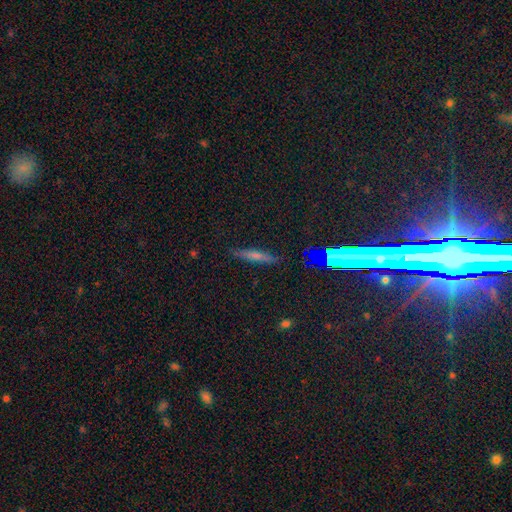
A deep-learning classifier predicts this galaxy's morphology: smooth_or_featured: smooth (p=0.46) [alt: featured or disk p=0.32]
merging: none (p=0.85) [alt: minor disturbance p=0.11]